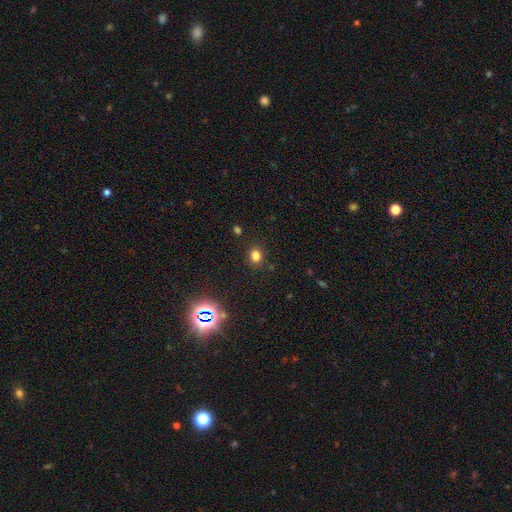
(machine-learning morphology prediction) This is likely a smooth galaxy (77%). How rounded: possibly round (55%). Merging: clearly none (85%).